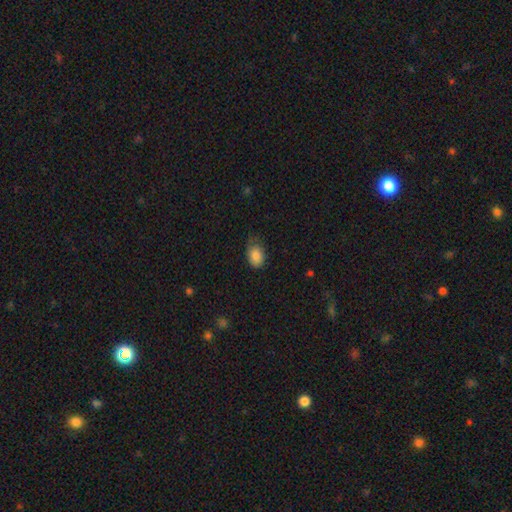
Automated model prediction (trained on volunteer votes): Q: Smooth or featured?
A: smooth (85%); runner-up: star or artifact (8%)
Q: How rounded?
A: in between (77%); runner-up: round (22%)
Q: Merging?
A: none (58%); runner-up: minor disturbance (34%)